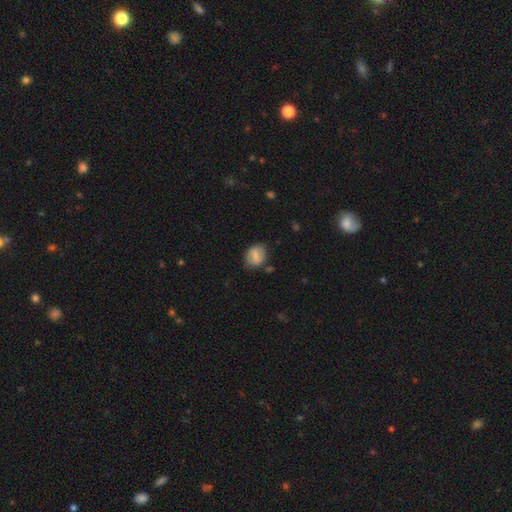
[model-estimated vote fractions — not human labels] Smooth or featured? Predicted: smooth (p=0.67). How rounded? Predicted: in between (p=0.61). Merging? Predicted: none (p=0.73).